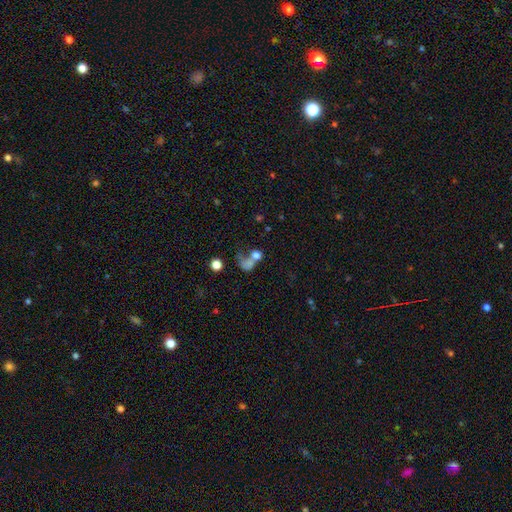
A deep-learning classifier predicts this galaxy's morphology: Smooth or featured: smooth — 65% (featured or disk — 20%)
How rounded: round — 58% (in between — 40%)
Merging: merger — 50% (none — 21%)